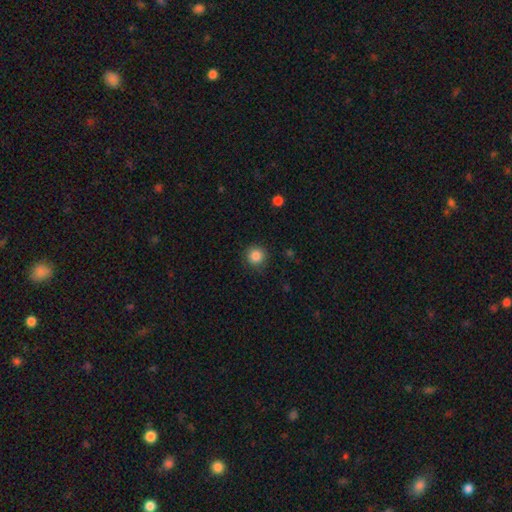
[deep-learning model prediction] A smooth galaxy with no disk features (86%) that is round (95%). Merging: none (88%).